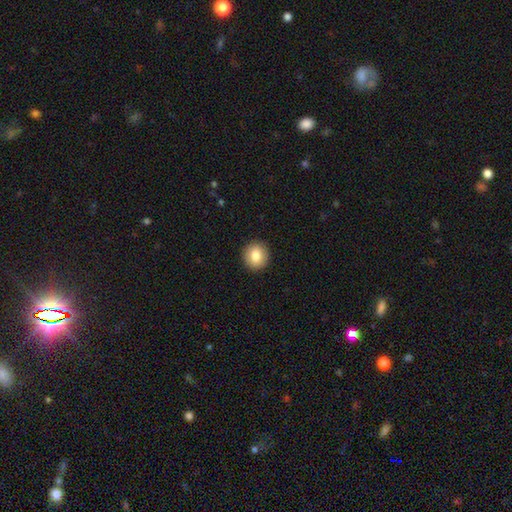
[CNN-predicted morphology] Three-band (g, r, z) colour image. It shows a smooth galaxy with no disk features (81%) that is round (88%). Merging: none (92%).